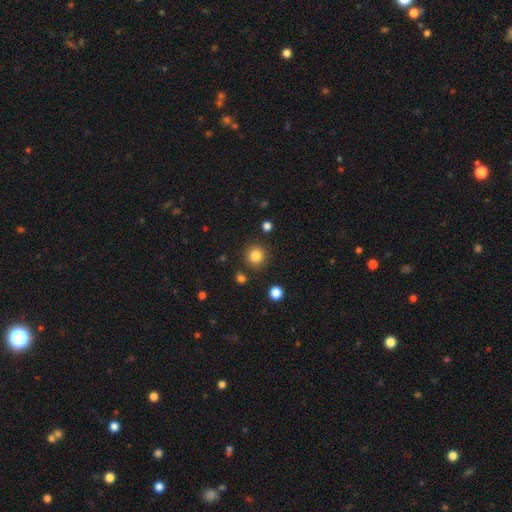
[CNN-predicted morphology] Q: Smooth or featured?
A: smooth (84%); runner-up: star or artifact (11%)
Q: How rounded?
A: round (93%); runner-up: in between (6%)
Q: Merging?
A: none (87%); runner-up: minor disturbance (7%)